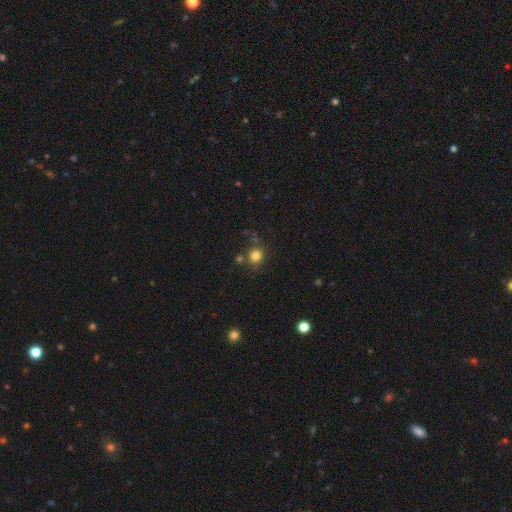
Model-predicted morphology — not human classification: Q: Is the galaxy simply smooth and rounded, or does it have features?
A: smooth — 80%.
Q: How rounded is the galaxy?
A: round — 86%.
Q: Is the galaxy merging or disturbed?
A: none — 74%.